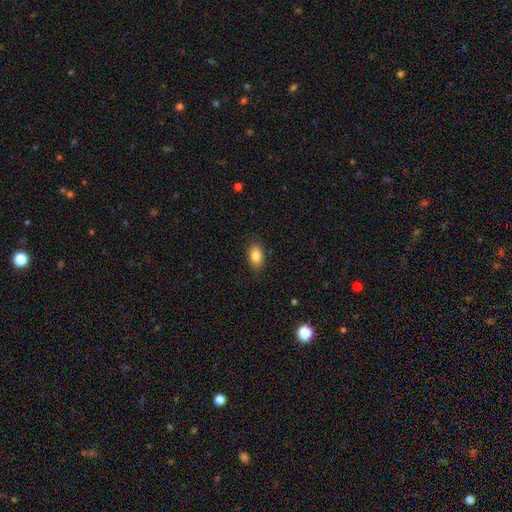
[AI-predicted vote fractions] Q: Smooth or featured?
A: smooth (85%); runner-up: star or artifact (8%)
Q: How rounded?
A: in between (86%); runner-up: round (12%)
Q: Merging?
A: none (85%); runner-up: minor disturbance (11%)